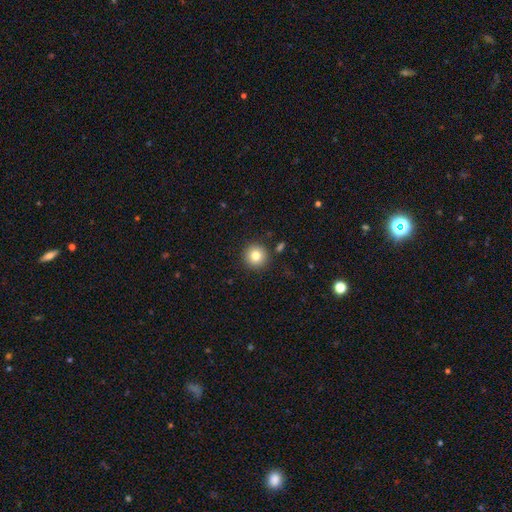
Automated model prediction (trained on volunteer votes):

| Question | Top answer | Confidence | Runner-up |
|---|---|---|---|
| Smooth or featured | smooth | 82% | star or artifact (10%) |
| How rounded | round | 95% | in between (4%) |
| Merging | none | 89% | minor disturbance (6%) |